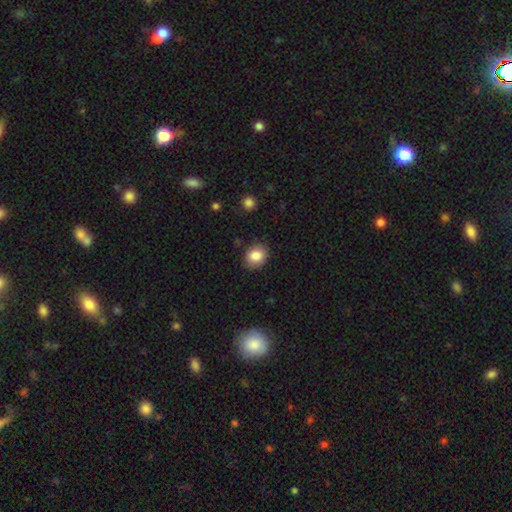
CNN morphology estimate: smooth 85%, star or artifact 9%, featured or disk 6%. Down the decision tree: how rounded — round (55%); merging — none (84%).